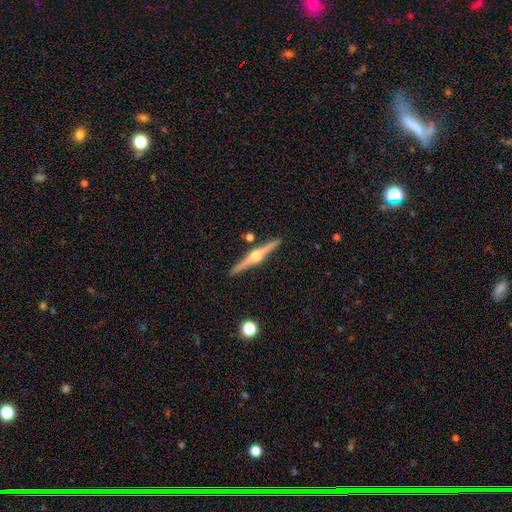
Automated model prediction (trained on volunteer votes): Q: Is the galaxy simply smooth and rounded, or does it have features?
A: featured or disk — 84%.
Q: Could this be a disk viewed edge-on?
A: yes — 99%.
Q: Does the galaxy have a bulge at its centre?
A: rounded — 94%.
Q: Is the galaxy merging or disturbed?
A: none — 90%.